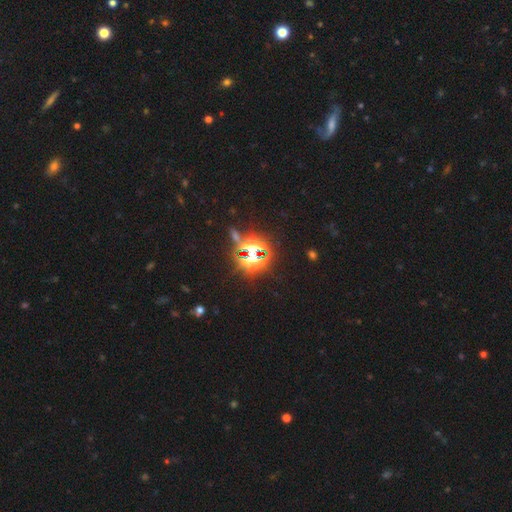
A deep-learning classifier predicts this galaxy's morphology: This appears to be a star or artifact, not a galaxy (82%).